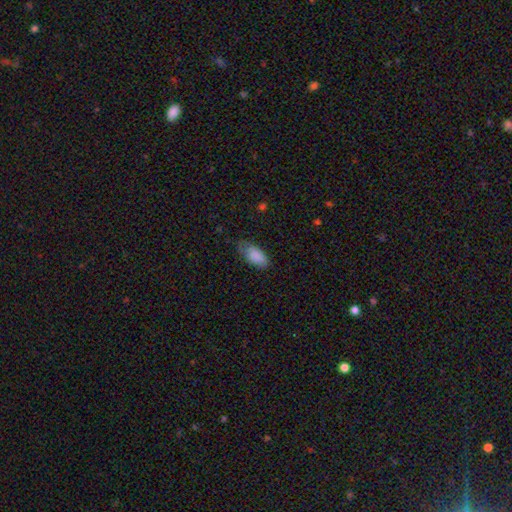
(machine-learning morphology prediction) This is clearly a smooth galaxy (86%). How rounded: clearly in between (92%). Merging: possibly none (56%).